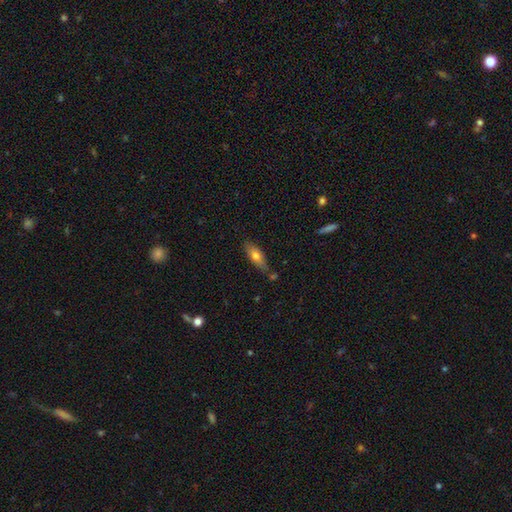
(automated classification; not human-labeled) smooth-or-featured: smooth: 67% | featured or disk: 26% | star or artifact: 7%
  how-rounded: in between: 64% | cigar-shaped: 33% | round: 3%
  merging: none: 69% | minor disturbance: 19% | merger: 8% | major disturbance: 4%